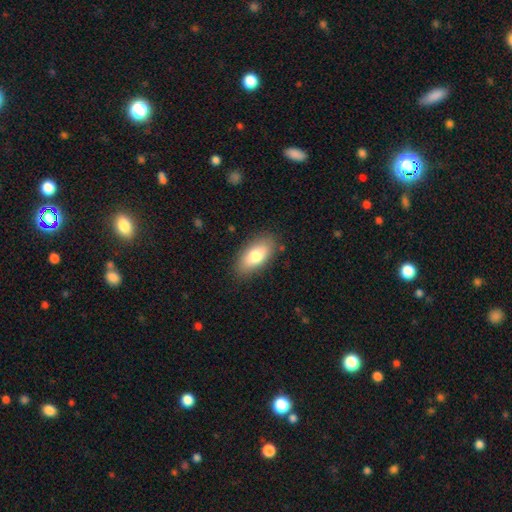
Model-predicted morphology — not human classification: This appears to be a smooth galaxy with no disk features (76%) that is in between round and cigar-shaped (89%). Merging: none (84%).